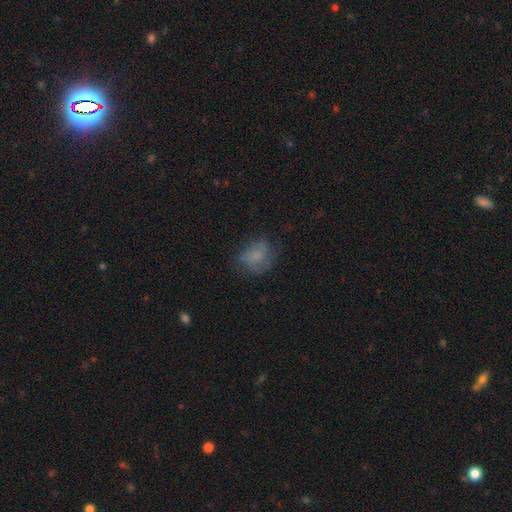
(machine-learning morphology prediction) A smooth galaxy with no disk features (62%) that is in between round and cigar-shaped (54%).

Vote fractions:
- Smooth or featured? smooth: 62% / featured or disk: 25% / star or artifact: 13%
- How rounded? in between: 54% / round: 45% / cigar-shaped: 1%
- Merging? none: 54% / minor disturbance: 26% / major disturbance: 18% / merger: 2%